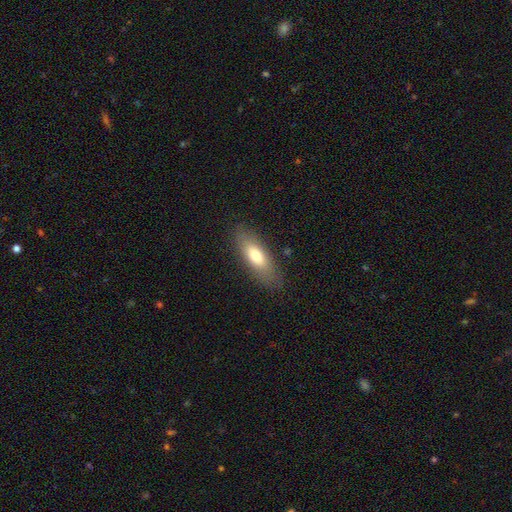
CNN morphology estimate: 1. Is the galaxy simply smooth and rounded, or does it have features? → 72% smooth, 21% featured or disk, 6% star or artifact.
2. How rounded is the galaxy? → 68% in between, 29% cigar-shaped, 2% round.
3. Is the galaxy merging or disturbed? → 83% none, 12% minor disturbance, 4% major disturbance, 1% merger.